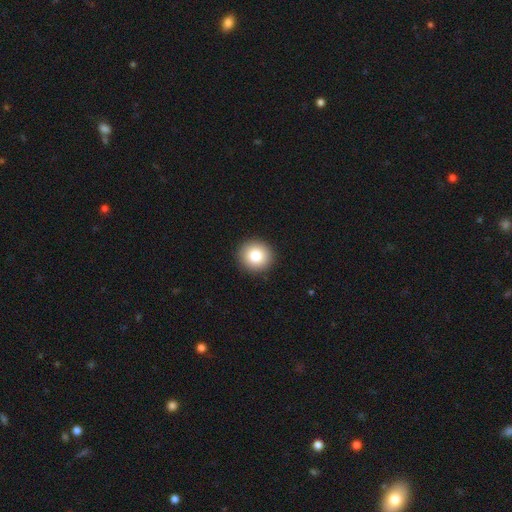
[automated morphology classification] Smooth or featured? Predicted: smooth (p=0.84). How rounded? Predicted: round (p=0.93). Merging? Predicted: none (p=0.93).